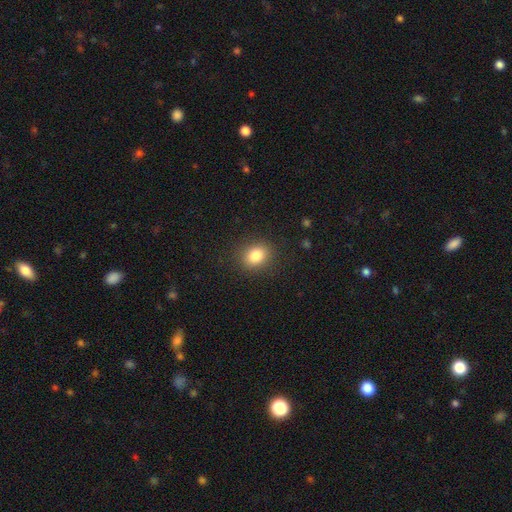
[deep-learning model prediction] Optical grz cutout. It shows a smooth galaxy with no disk features (84%) that is round (51%). Merging: none (87%).